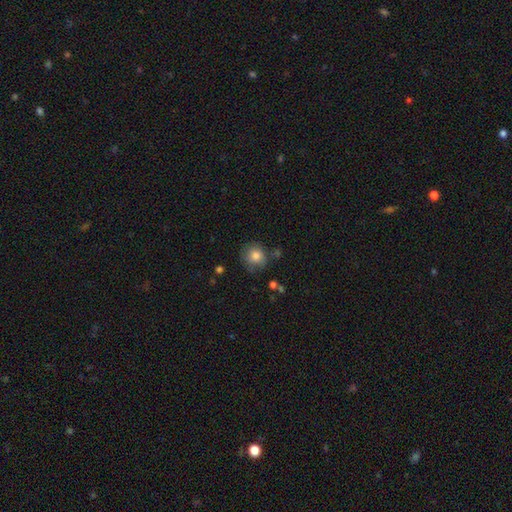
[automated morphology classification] Smooth or featured? smooth (81%)
How rounded? round (87%)
Merging? none (72%)